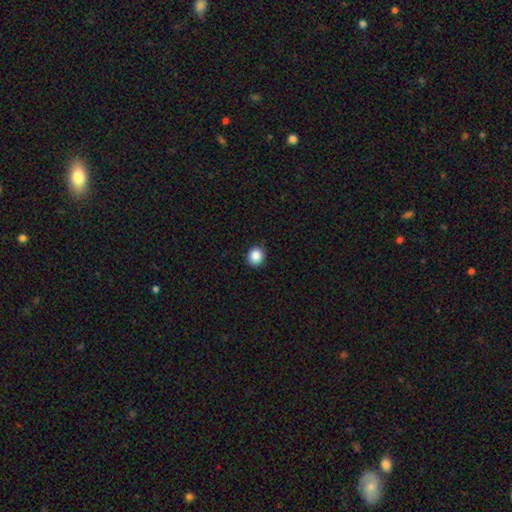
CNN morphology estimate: A smooth galaxy with no disk features (88%) that is round (83%).

Vote fractions:
- Smooth or featured? smooth: 88% / star or artifact: 9% / featured or disk: 3%
- How rounded? round: 83% / in between: 16% / cigar-shaped: 1%
- Merging? none: 89% / minor disturbance: 8% / major disturbance: 2% / merger: 1%